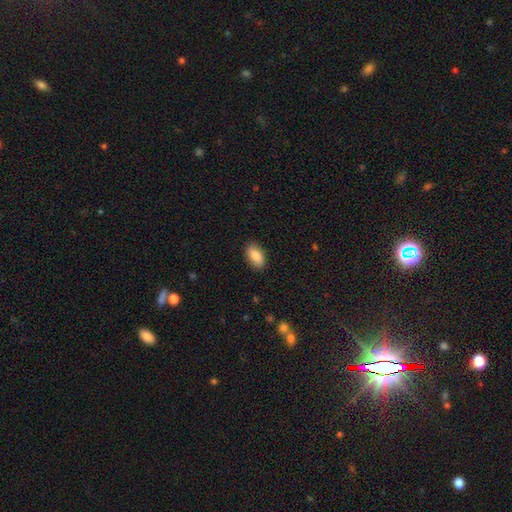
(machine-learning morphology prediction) smooth 81%, featured or disk 12%, star or artifact 7%. Down the decision tree: how rounded — in between (91%); merging — none (87%).